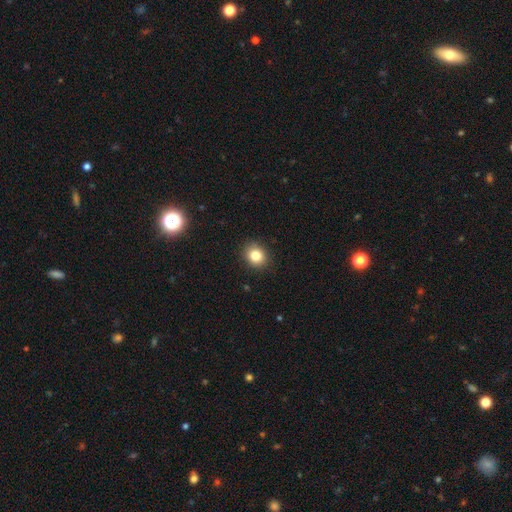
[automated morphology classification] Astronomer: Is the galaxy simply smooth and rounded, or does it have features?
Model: smooth — 82%.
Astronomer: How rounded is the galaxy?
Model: round — 73%.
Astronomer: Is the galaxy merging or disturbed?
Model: none — 89%.